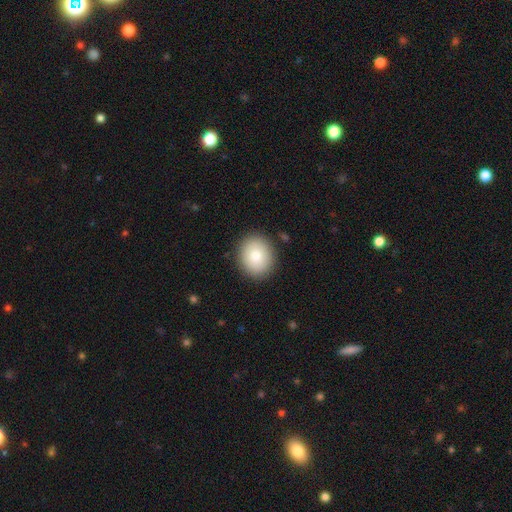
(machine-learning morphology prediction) A smooth galaxy with no disk features (81%) that is round (69%).

Vote fractions:
- Smooth or featured? smooth: 81% / featured or disk: 11% / star or artifact: 8%
- How rounded? round: 69% / in between: 30% / cigar-shaped: 1%
- Merging? none: 89% / minor disturbance: 8% / major disturbance: 2% / merger: 1%